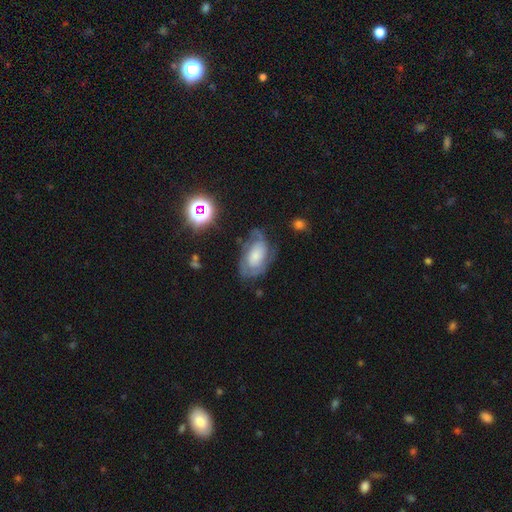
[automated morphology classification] smooth-or-featured: featured or disk: 64% | smooth: 28% | star or artifact: 9%
  disk-edge-on: no: 95% | yes: 5%
    bar: no: 75% | weak: 20% | strong: 5%
    has-spiral-arms: yes: 81% | no: 19%
    bulge-size: small: 33% | large: 25% | moderate: 24% | none: 12% | dominant: 5%
  merging: none: 57% | minor disturbance: 24% | major disturbance: 16% | merger: 2%